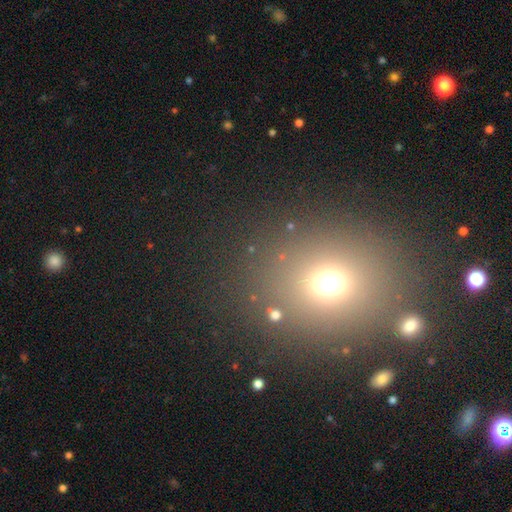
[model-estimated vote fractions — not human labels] Smooth or featured? Predicted: smooth (p=0.60). How rounded? Predicted: round (p=0.68). Merging? Predicted: none (p=0.85).